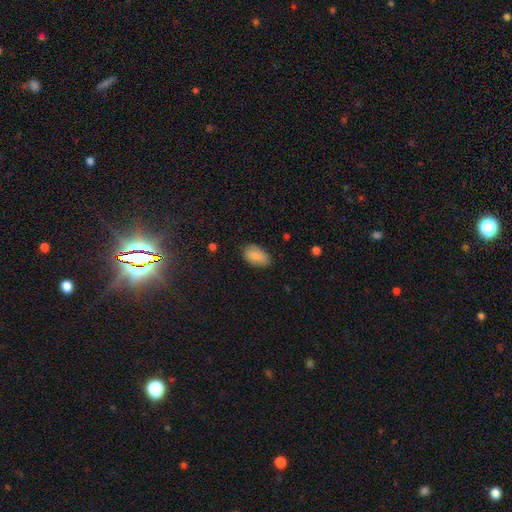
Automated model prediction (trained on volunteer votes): This appears to be a smooth galaxy with no disk features (87%) that is in between round and cigar-shaped (94%). Merging: none (79%).